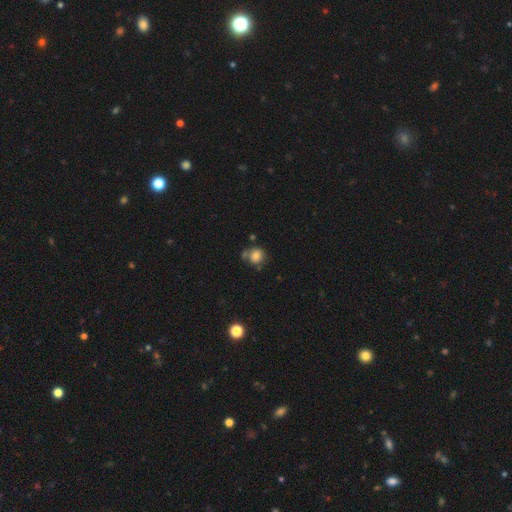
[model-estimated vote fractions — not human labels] A smooth galaxy with no disk features (77%) that is round (81%).

Vote fractions:
- Smooth or featured? smooth: 77% / star or artifact: 12% / featured or disk: 11%
- How rounded? round: 81% / in between: 18% / cigar-shaped: 1%
- Merging? none: 60% / minor disturbance: 19% / merger: 15% / major disturbance: 7%